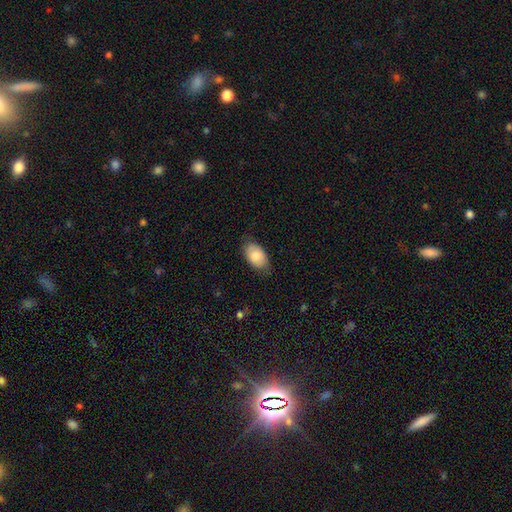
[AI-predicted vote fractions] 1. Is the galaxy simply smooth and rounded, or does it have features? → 79% smooth, 15% featured or disk, 6% star or artifact.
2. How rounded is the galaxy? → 93% in between, 6% round, 1% cigar-shaped.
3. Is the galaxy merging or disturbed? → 76% none, 19% minor disturbance, 4% major disturbance, 1% merger.